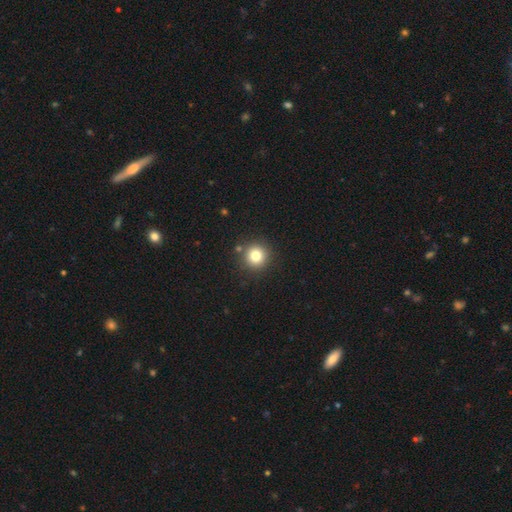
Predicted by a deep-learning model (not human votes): Smooth or featured?
  - smooth: 80% *
  - star or artifact: 13%
  - featured or disk: 7%
How rounded?
  - round: 94% *
  - in between: 5%
  - cigar-shaped: 1%
Merging?
  - none: 87% *
  - minor disturbance: 7%
  - merger: 4%
  - major disturbance: 2%